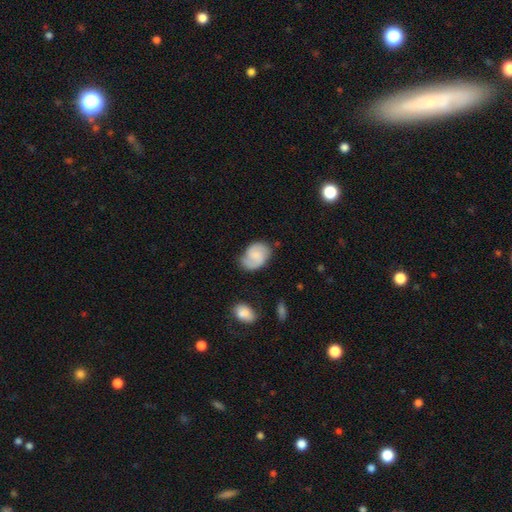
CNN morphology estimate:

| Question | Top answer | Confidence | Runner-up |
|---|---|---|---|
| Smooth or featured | featured or disk | 53% | smooth (40%) |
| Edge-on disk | no | 97% | yes (3%) |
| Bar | no | 53% | weak (40%) |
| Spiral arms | yes | 92% | no (8%) |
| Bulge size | small | 41% | none (32%) |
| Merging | none | 66% | minor disturbance (24%) |